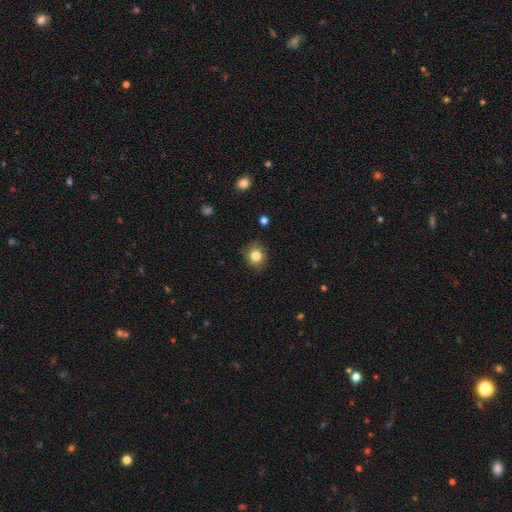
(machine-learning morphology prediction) Overall: smooth (83%). How rounded: round (74%). Merging: none (87%).